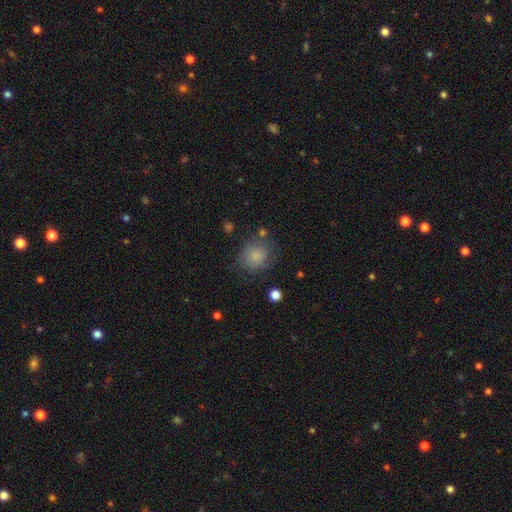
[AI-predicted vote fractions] Smooth or featured? smooth (83%)
How rounded? round (79%)
Merging? none (73%)